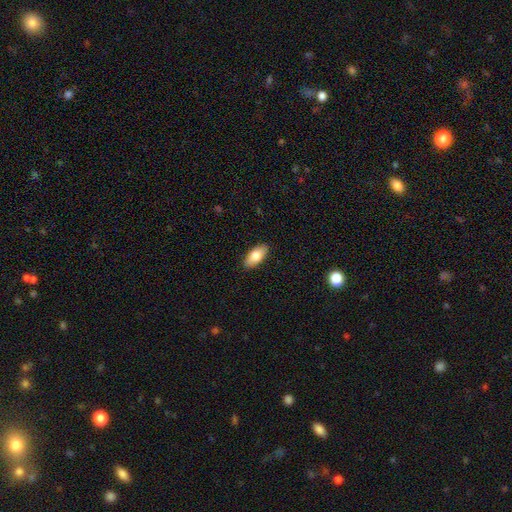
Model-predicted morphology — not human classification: Smooth or featured?
  - smooth: 78% *
  - featured or disk: 16%
  - star or artifact: 6%
How rounded?
  - in between: 89% *
  - cigar-shaped: 8%
  - round: 3%
Merging?
  - none: 89% *
  - minor disturbance: 8%
  - major disturbance: 2%
  - merger: 1%